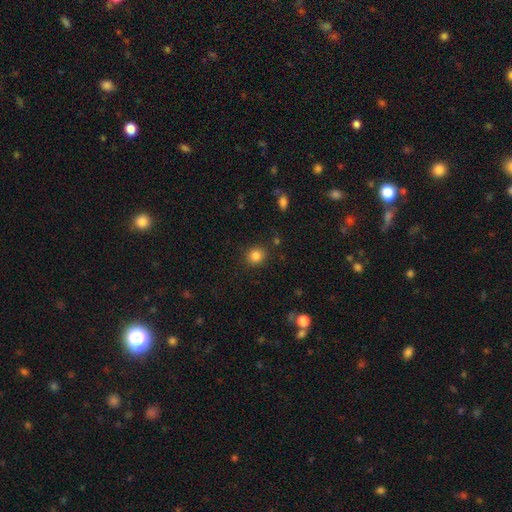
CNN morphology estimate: smooth 84%, star or artifact 11%, featured or disk 5%. Down the decision tree: how rounded — round (84%); merging — none (87%).